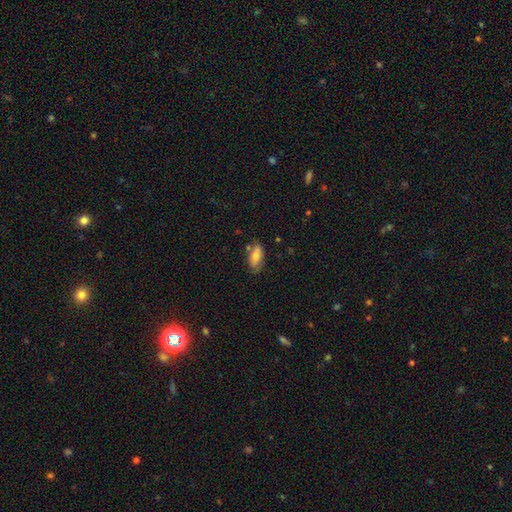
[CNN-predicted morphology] Smooth or featured?
  - smooth: 75% *
  - featured or disk: 18%
  - star or artifact: 7%
How rounded?
  - in between: 86% *
  - cigar-shaped: 11%
  - round: 3%
Merging?
  - none: 65% *
  - minor disturbance: 23%
  - merger: 7%
  - major disturbance: 5%